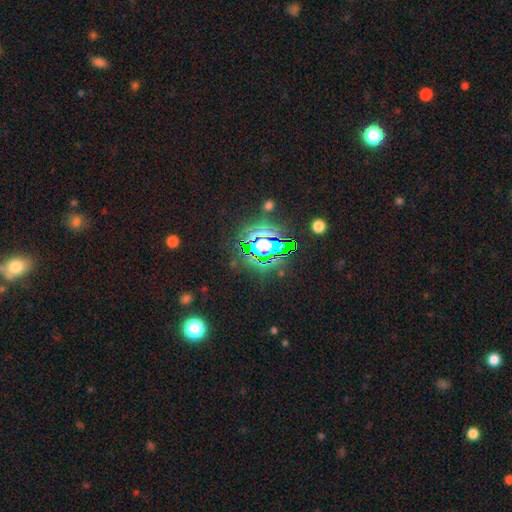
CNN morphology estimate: Smooth or featured: star or artifact — 81% (smooth — 11%)